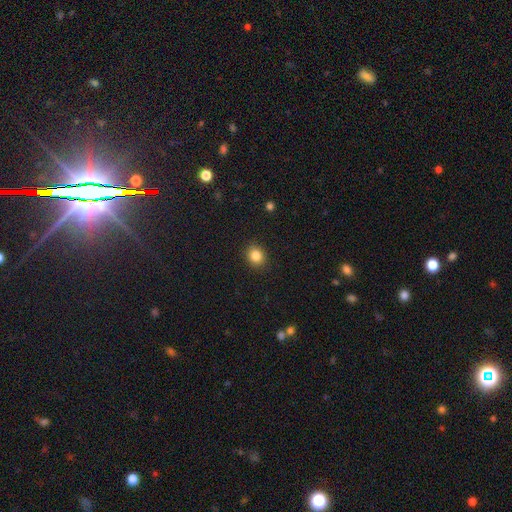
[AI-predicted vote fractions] The model was most divided on "how rounded": round: 73%, in between: 26%, cigar-shaped: 1%. More confident: merging — none (90%); smooth or featured — smooth (84%).